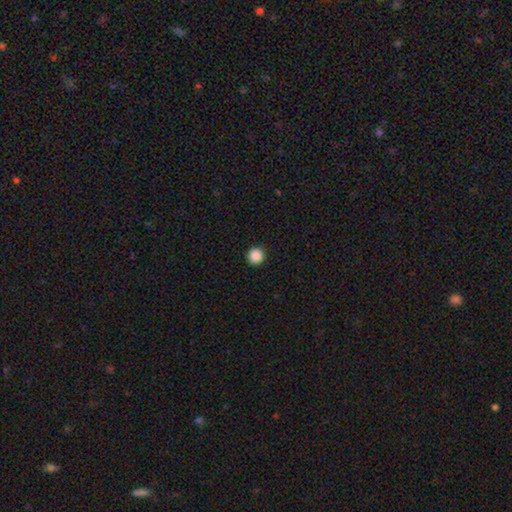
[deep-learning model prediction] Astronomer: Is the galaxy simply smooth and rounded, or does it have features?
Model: smooth — 88%.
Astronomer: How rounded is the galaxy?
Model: round — 95%.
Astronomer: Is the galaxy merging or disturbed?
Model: none — 91%.